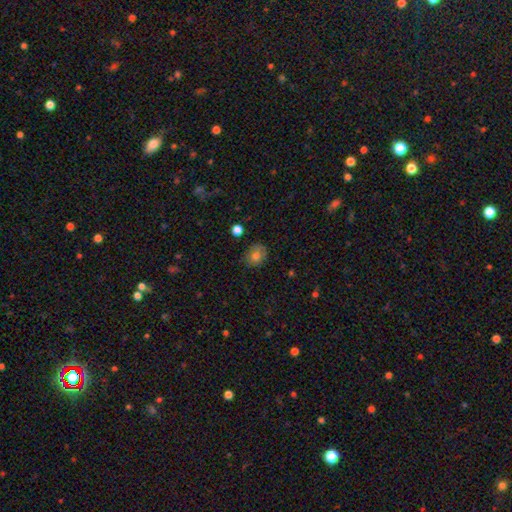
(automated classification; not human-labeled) smooth 78%, featured or disk 12%, star or artifact 10%. Down the decision tree: how rounded — round (62%); merging — none (76%).